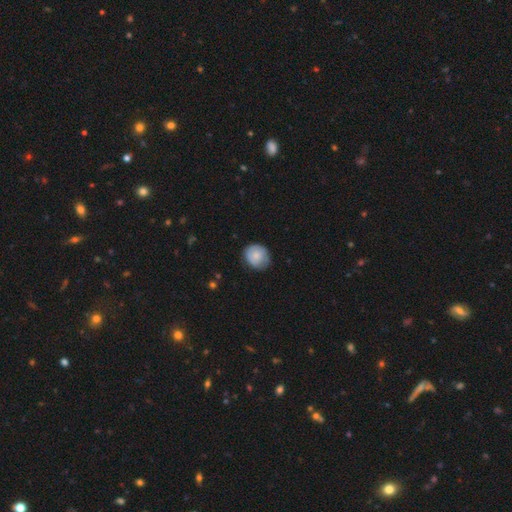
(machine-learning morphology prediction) Smooth or featured: smooth — 75% (featured or disk — 18%)
How rounded: round — 81% (in between — 18%)
Merging: none — 71% (minor disturbance — 24%)